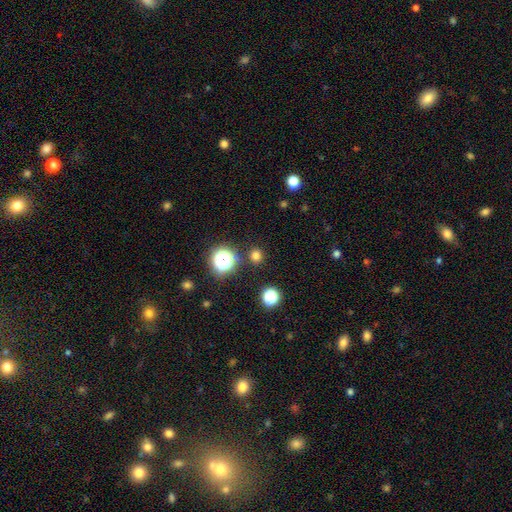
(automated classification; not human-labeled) Morphology: type=smooth (73%); roundness=round (87%); merging=none (87%).